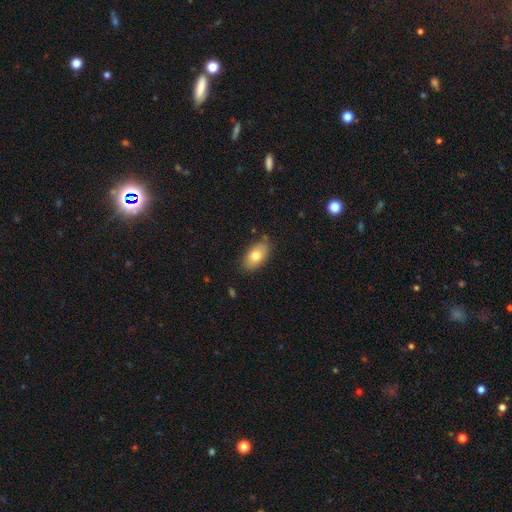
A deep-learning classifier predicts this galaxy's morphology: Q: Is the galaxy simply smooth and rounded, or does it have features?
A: smooth — 76%.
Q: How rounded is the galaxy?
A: in between — 91%.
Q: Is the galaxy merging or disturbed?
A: none — 82%.